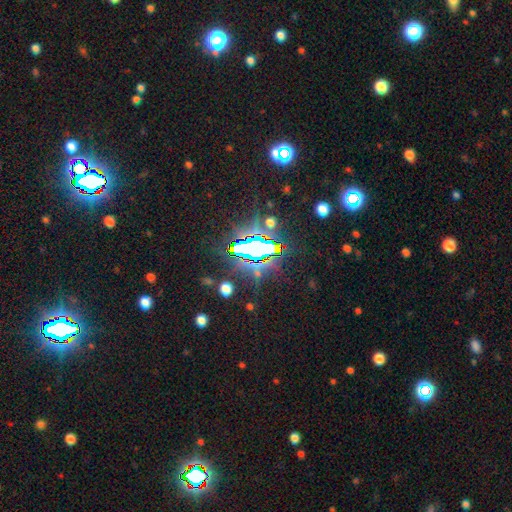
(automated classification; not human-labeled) Smooth or featured? Predicted: star or artifact (p=0.73).